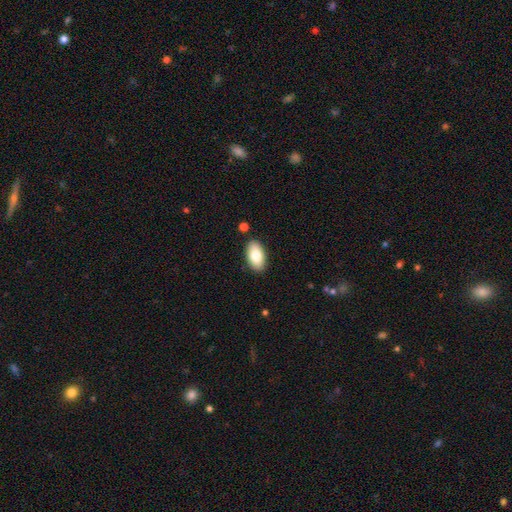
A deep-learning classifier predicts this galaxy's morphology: Q: Smooth or featured?
A: smooth (81%); runner-up: featured or disk (13%)
Q: How rounded?
A: in between (94%); runner-up: round (3%)
Q: Merging?
A: none (87%); runner-up: minor disturbance (9%)